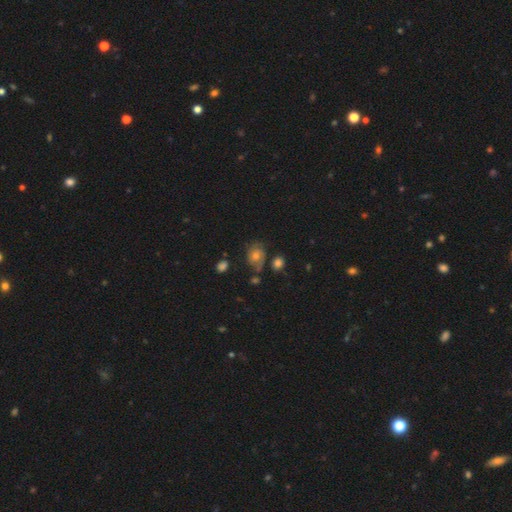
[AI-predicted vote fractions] A smooth galaxy with no disk features (48%). Merging: none (62%).